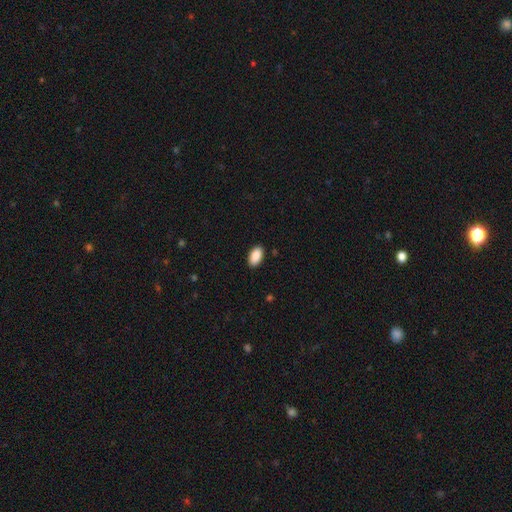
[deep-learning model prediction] Morphology: type=smooth (90%); roundness=in between (94%); merging=none (89%).